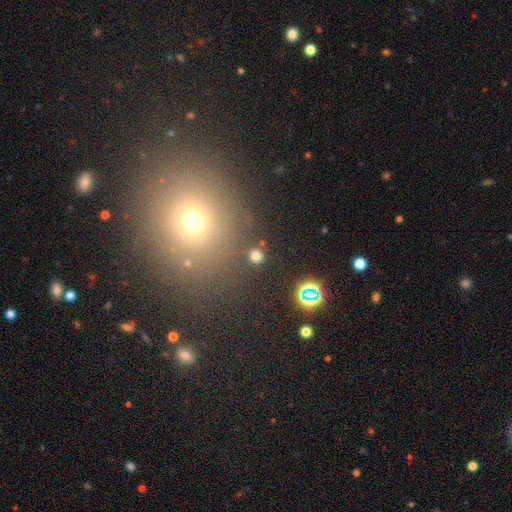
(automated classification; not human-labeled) Smooth or featured? smooth (76%)
How rounded? round (89%)
Merging? none (88%)